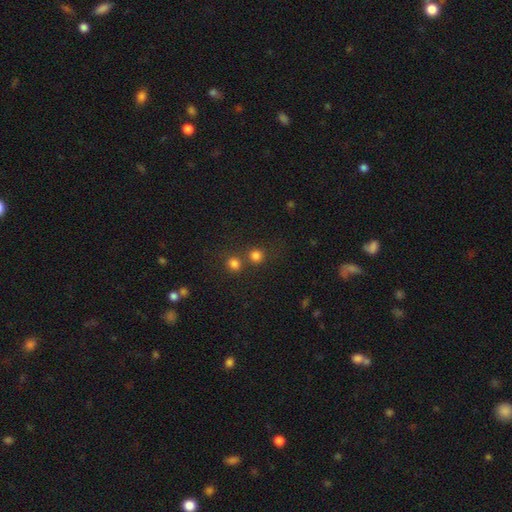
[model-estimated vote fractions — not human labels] smooth 78%, star or artifact 16%, featured or disk 5%. Down the decision tree: how rounded — round (91%); merging — none (64%).